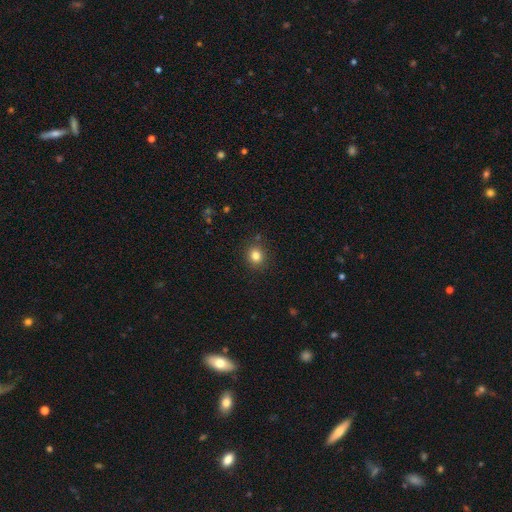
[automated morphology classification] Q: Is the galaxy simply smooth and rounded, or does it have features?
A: smooth — 82%.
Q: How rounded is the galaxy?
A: round — 83%.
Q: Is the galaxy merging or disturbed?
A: none — 87%.